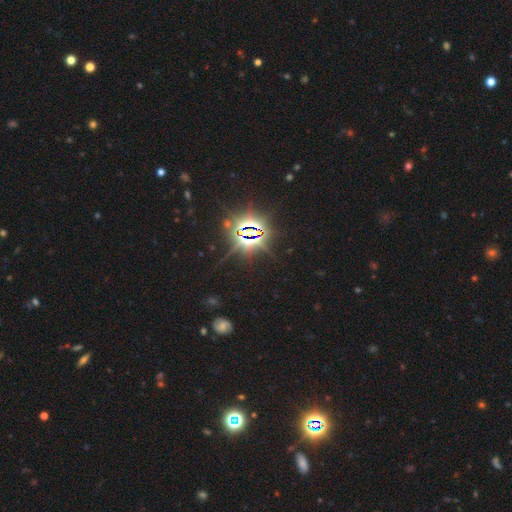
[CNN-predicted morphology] type=star or artifact (84%).